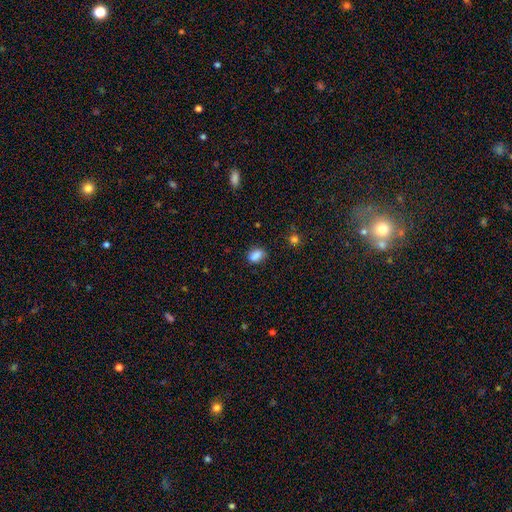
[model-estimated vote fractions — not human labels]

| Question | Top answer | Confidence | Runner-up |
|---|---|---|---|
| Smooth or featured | smooth | 85% | star or artifact (10%) |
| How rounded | in between | 77% | round (21%) |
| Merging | none | 77% | minor disturbance (16%) |